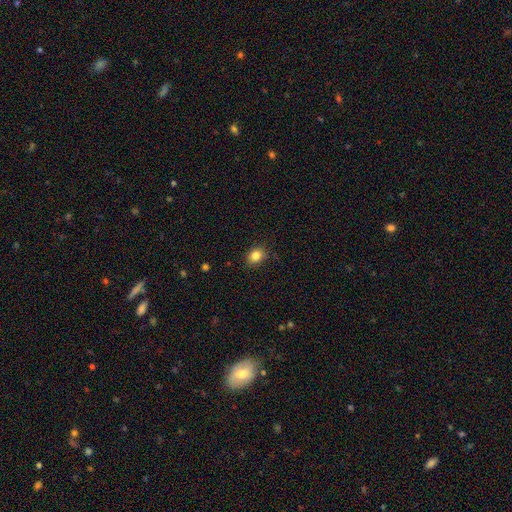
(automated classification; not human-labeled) Smooth or featured? smooth (84%)
How rounded? round (56%)
Merging? none (85%)